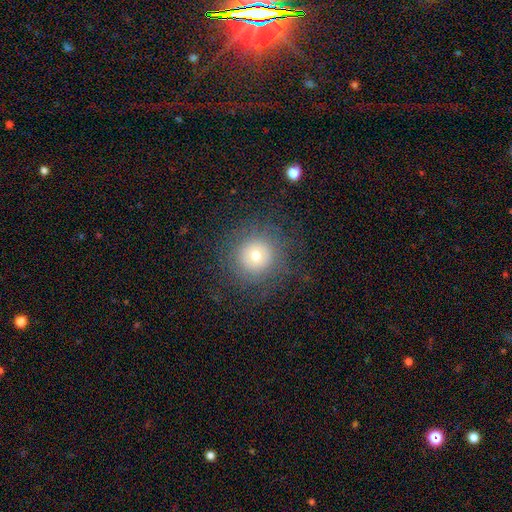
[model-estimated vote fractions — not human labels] Smooth or featured?
  - smooth: 59% *
  - featured or disk: 25%
  - star or artifact: 15%
How rounded?
  - round: 94% *
  - in between: 5%
  - cigar-shaped: 1%
Merging?
  - none: 81% *
  - minor disturbance: 10%
  - major disturbance: 8%
  - merger: 1%